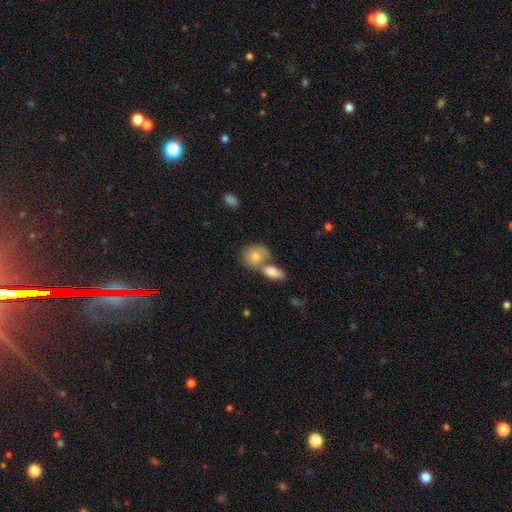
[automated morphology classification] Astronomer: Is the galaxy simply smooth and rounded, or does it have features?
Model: smooth — 78%.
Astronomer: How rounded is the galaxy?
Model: round — 56% (runner-up: in between, 43%).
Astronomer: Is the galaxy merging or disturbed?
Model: merger — 49% (runner-up: none, 37%).